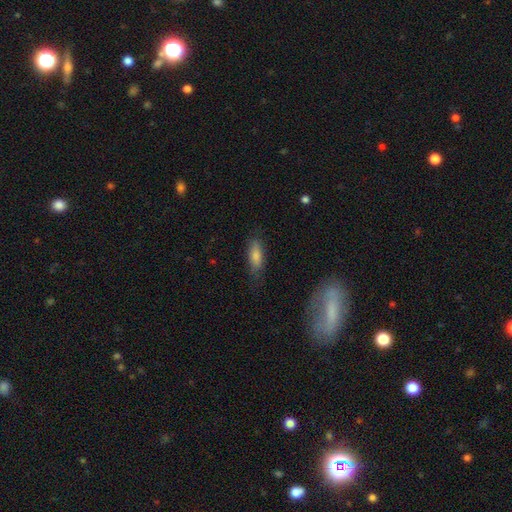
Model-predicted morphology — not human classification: This appears to be a smooth galaxy with no disk features (73%) that is in between round and cigar-shaped (55%). Merging: none (76%).